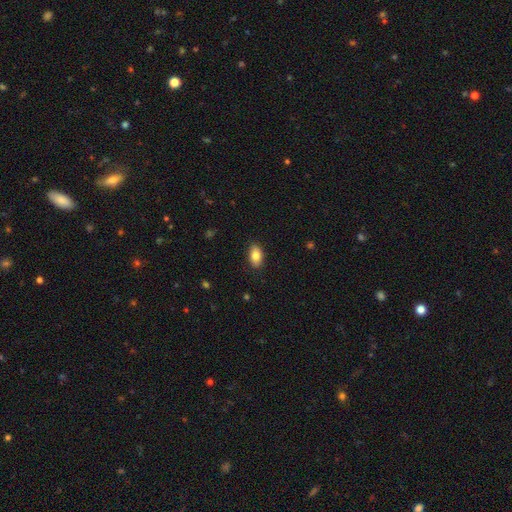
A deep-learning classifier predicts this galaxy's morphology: This appears to be a smooth galaxy with no disk features (83%) that is in between round and cigar-shaped (91%). Merging: none (88%).